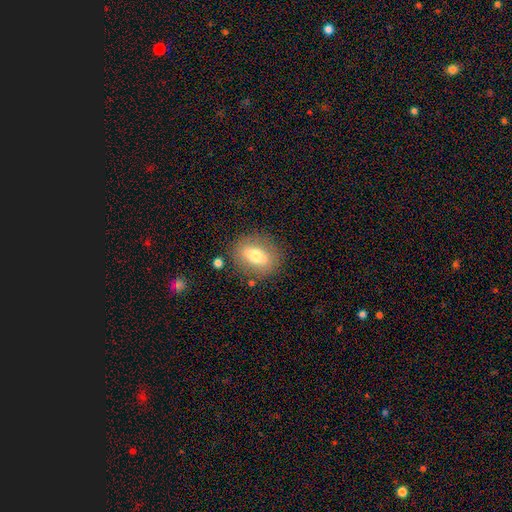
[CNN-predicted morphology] Smooth or featured: smooth — 61% (featured or disk — 30%)
How rounded: in between — 56% (round — 39%)
Merging: none — 83% (minor disturbance — 11%)